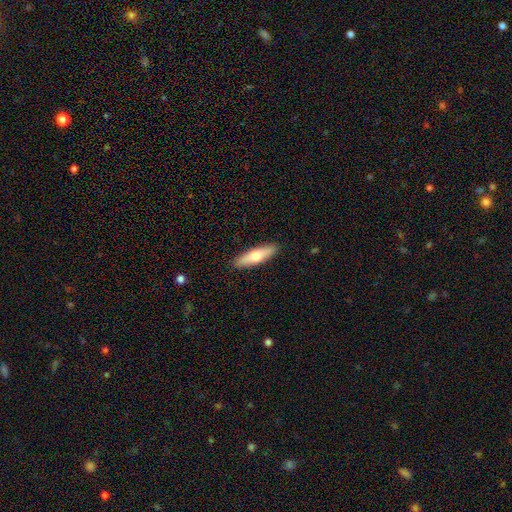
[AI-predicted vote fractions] This is likely a smooth galaxy (61%). How rounded: likely cigar-shaped (65%). Merging: clearly none (90%).